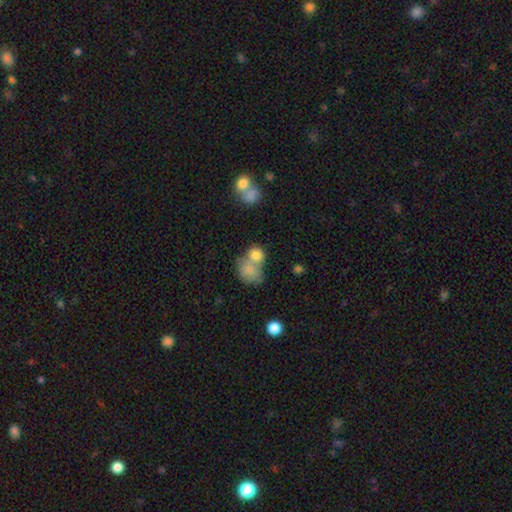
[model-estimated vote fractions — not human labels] A smooth galaxy with no disk features (80%) that is round (61%). Merging: merger (56%).